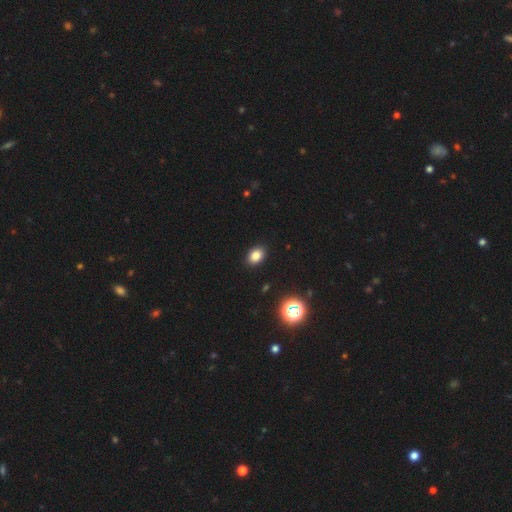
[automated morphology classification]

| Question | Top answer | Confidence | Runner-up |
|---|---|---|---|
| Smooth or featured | smooth | 83% | star or artifact (12%) |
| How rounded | in between | 77% | round (22%) |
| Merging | none | 90% | minor disturbance (7%) |